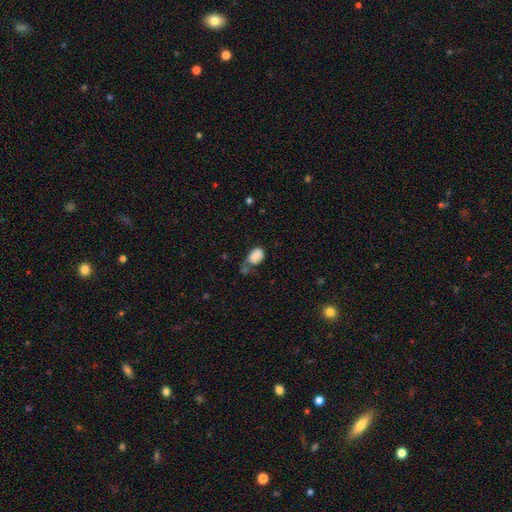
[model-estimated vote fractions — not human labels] Smooth or featured: smooth — 84% (featured or disk — 8%)
How rounded: in between — 87% (round — 12%)
Merging: none — 37% (minor disturbance — 27%)